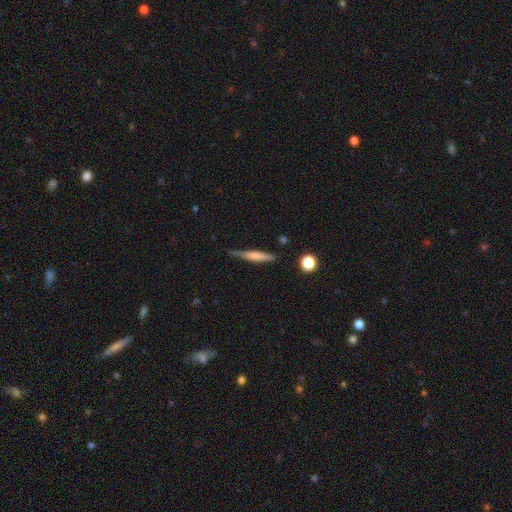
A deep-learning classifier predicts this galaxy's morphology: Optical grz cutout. It shows a smooth galaxy with no disk features (57%) that is cigar-shaped (89%). Merging: none (69%).